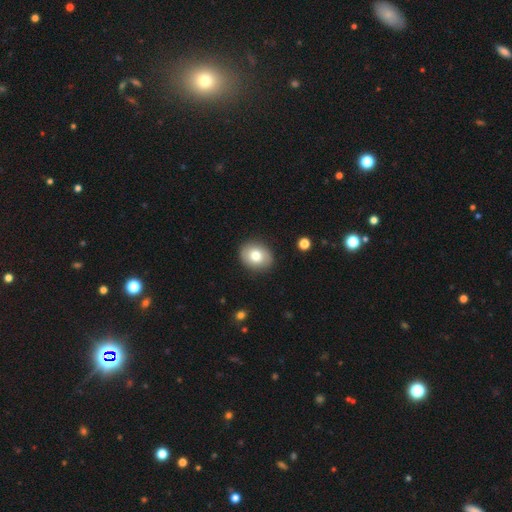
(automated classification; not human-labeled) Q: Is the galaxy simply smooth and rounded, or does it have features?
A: smooth — 75%.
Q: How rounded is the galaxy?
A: round — 51%.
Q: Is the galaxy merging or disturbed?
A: none — 88%.